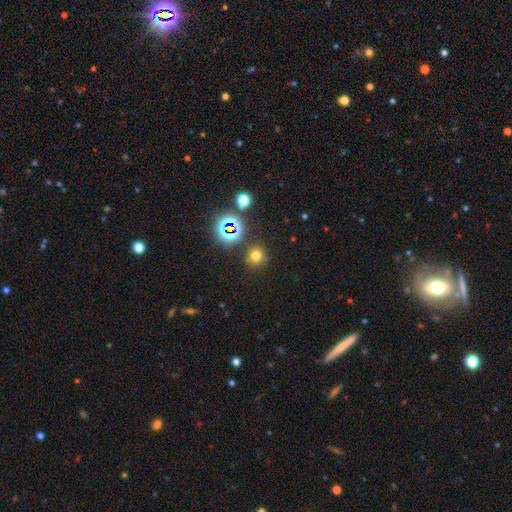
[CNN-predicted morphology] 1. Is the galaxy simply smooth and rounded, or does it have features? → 65% smooth, 27% star or artifact, 8% featured or disk.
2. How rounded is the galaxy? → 87% round, 12% in between, 1% cigar-shaped.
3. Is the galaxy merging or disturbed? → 81% none, 11% minor disturbance, 4% merger, 4% major disturbance.